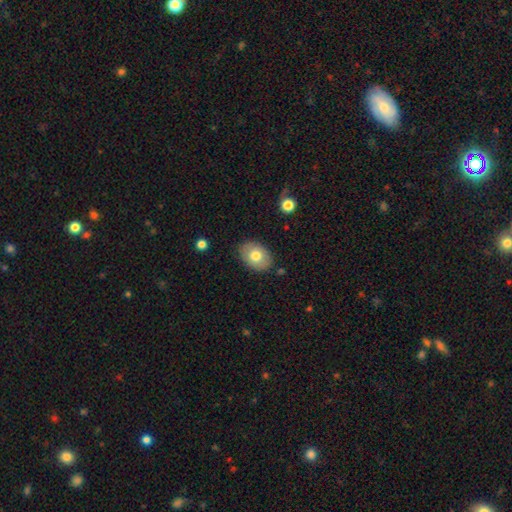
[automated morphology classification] This appears to be a smooth galaxy with no disk features (73%) that is in between round and cigar-shaped (78%). Merging: none (85%).